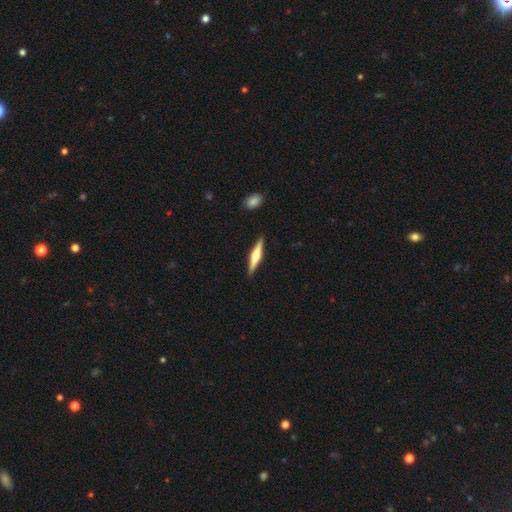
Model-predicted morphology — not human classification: Smooth or featured? featured or disk (62%)
Edge-on disk? yes (97%)
Edge-on bulge? rounded (90%)
Merging? none (91%)